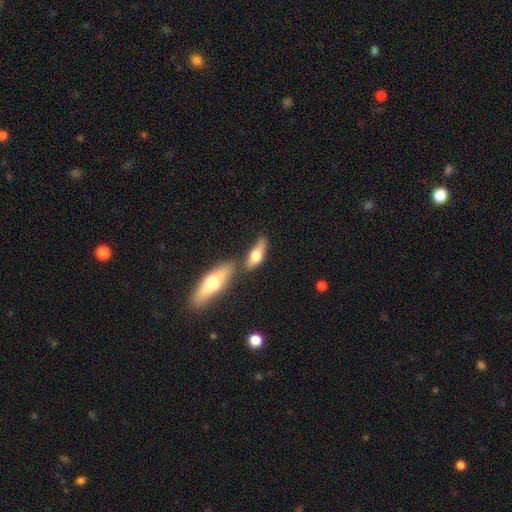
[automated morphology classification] Smooth or featured: smooth — 63% (featured or disk — 30%)
How rounded: in between — 66% (cigar-shaped — 29%)
Merging: none — 50% (merger — 31%)